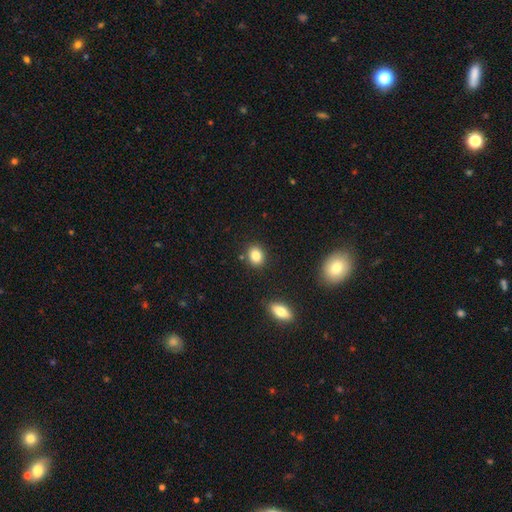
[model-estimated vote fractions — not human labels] Smooth or featured?
  - smooth: 84% *
  - star or artifact: 10%
  - featured or disk: 6%
How rounded?
  - round: 61% *
  - in between: 38%
  - cigar-shaped: 1%
Merging?
  - none: 86% *
  - minor disturbance: 8%
  - merger: 4%
  - major disturbance: 2%